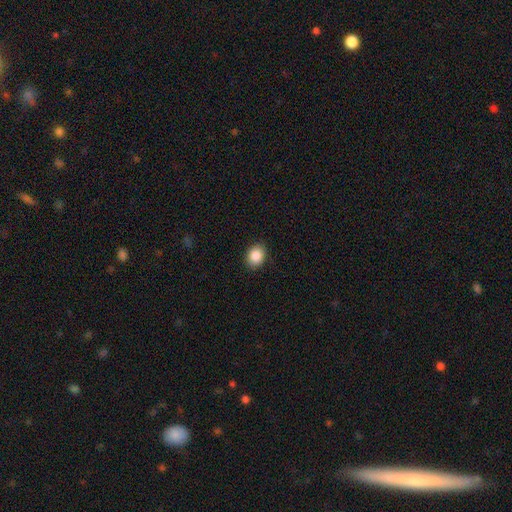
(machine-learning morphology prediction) Smooth or featured? smooth (88%)
How rounded? round (53%)
Merging? none (89%)